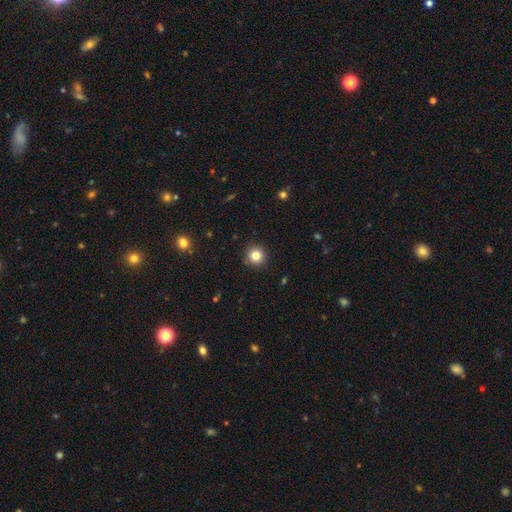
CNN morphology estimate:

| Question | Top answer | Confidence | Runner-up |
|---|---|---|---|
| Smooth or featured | smooth | 83% | star or artifact (11%) |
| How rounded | round | 95% | in between (4%) |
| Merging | none | 92% | minor disturbance (5%) |